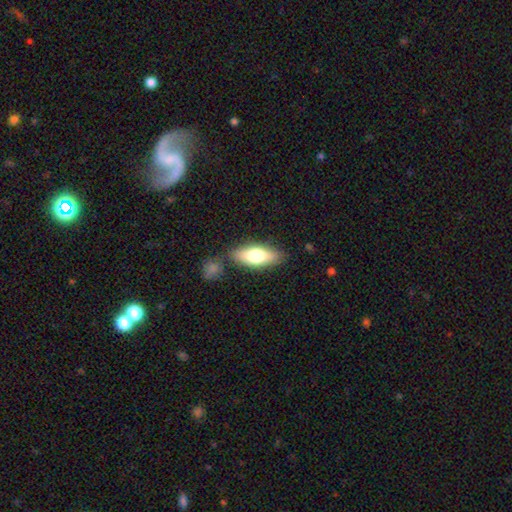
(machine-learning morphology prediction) Overall: smooth (67%). How rounded: in between (70%). Merging: none (78%).